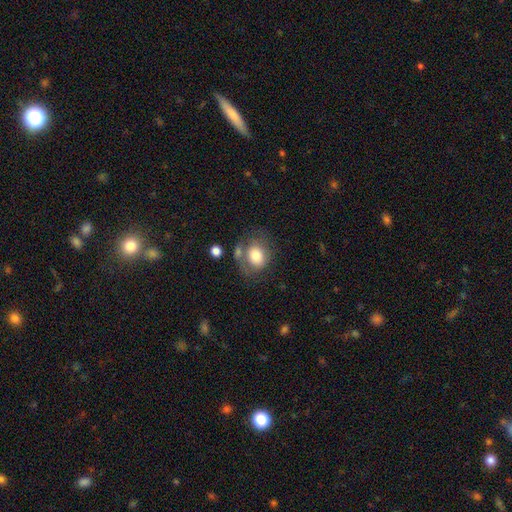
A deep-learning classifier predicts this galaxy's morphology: Q: Smooth or featured?
A: smooth (75%); runner-up: featured or disk (16%)
Q: How rounded?
A: round (50%); runner-up: in between (49%)
Q: Merging?
A: none (53%); runner-up: minor disturbance (20%)